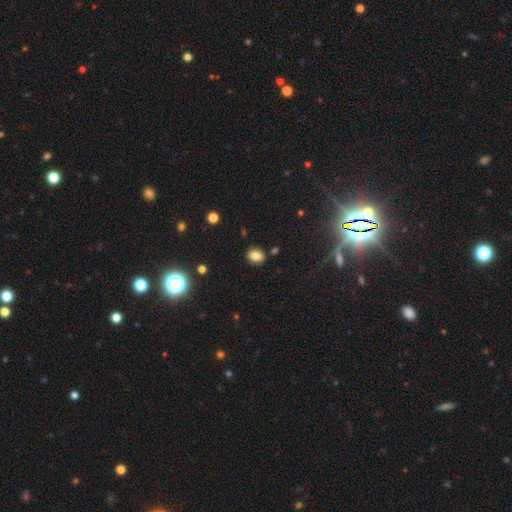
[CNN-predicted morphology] type=smooth (81%); roundness=in between (63%); merging=none (84%).